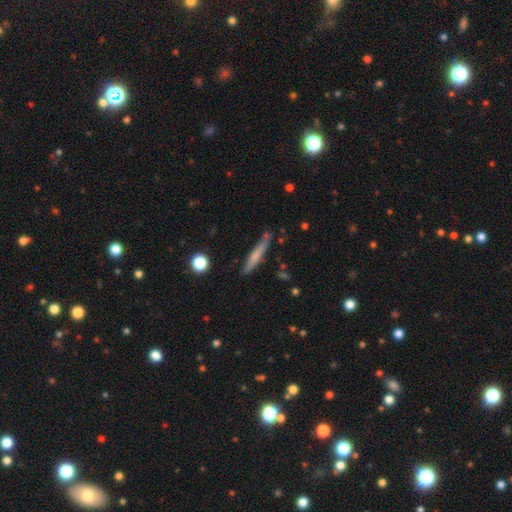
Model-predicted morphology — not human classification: Smooth or featured?
  - smooth: 56% *
  - featured or disk: 37%
  - star or artifact: 7%
How rounded?
  - cigar-shaped: 93% *
  - in between: 5%
  - round: 2%
Merging?
  - none: 81% *
  - minor disturbance: 14%
  - merger: 3%
  - major disturbance: 3%